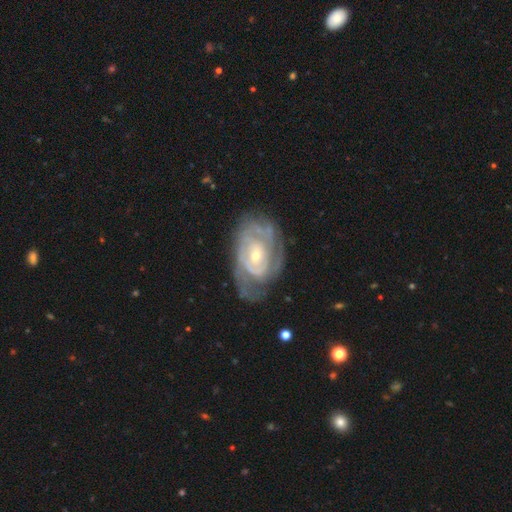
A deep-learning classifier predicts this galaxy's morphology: featured or disk 84%, smooth 11%, star or artifact 5%. Down the decision tree: edge-on disk — no (96%); bar — no (67%); spiral arms — yes (87%); spiral arm count — can't tell (44%); spiral winding — tight (68%); bulge size — small (60%); merging — none (61%).